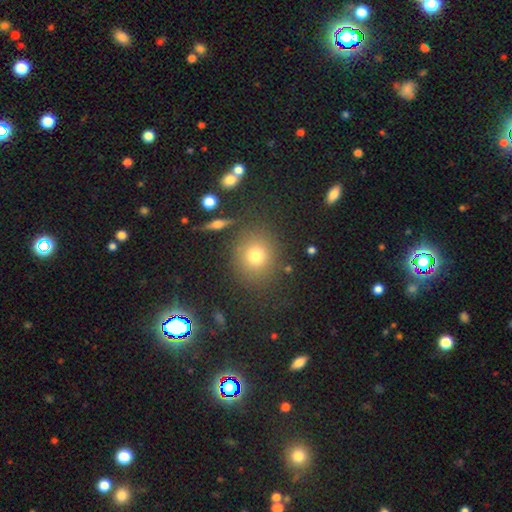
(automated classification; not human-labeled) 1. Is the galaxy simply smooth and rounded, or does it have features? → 74% smooth, 16% star or artifact, 11% featured or disk.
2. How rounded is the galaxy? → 78% round, 20% in between, 1% cigar-shaped.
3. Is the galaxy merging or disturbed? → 82% none, 10% minor disturbance, 4% major disturbance, 4% merger.